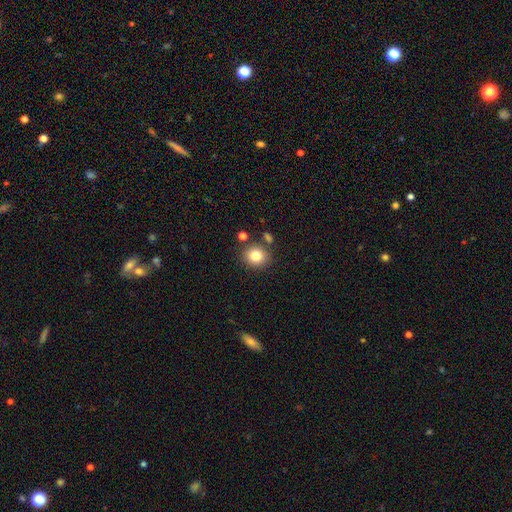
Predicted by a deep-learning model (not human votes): Q: Smooth or featured?
A: smooth (82%); runner-up: star or artifact (11%)
Q: How rounded?
A: round (75%); runner-up: in between (24%)
Q: Merging?
A: none (80%); runner-up: minor disturbance (9%)